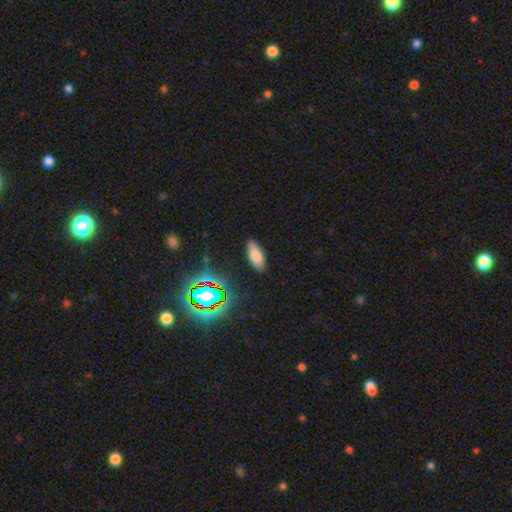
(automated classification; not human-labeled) Smooth or featured?
  - smooth: 75% *
  - star or artifact: 14%
  - featured or disk: 11%
How rounded?
  - in between: 82% *
  - cigar-shaped: 15%
  - round: 2%
Merging?
  - none: 87% *
  - minor disturbance: 10%
  - major disturbance: 2%
  - merger: 1%